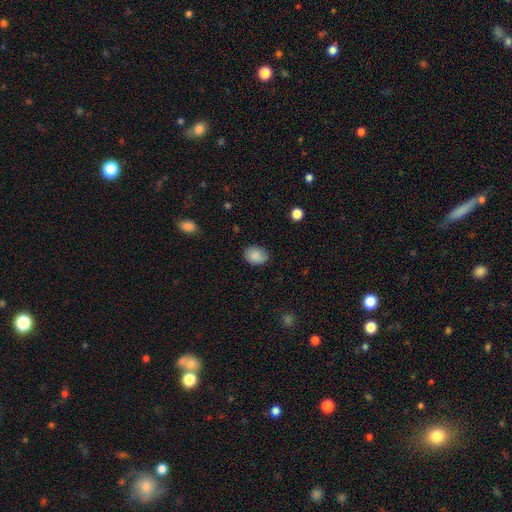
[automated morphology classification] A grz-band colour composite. It shows a smooth galaxy with no disk features (86%) that is in between round and cigar-shaped (64%). Merging: none (79%).